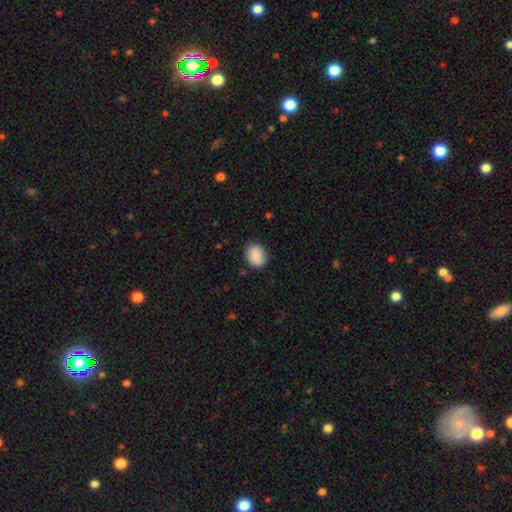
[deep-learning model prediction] Overall: smooth (85%). How rounded: round (54%; in between 45%). Merging: none (80%).